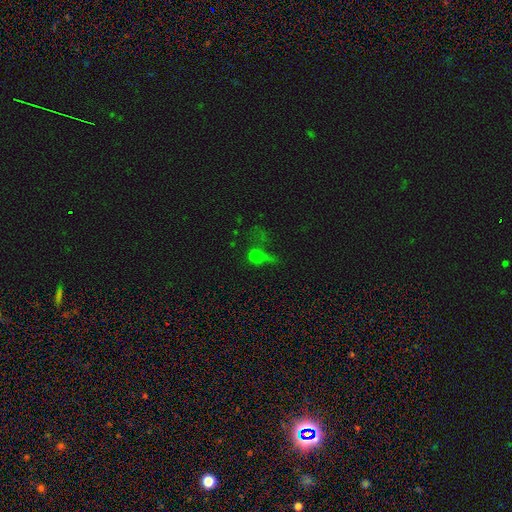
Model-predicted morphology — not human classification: Q: Smooth or featured?
A: smooth (53%); runner-up: star or artifact (30%)
Q: How rounded?
A: round (74%); runner-up: in between (22%)
Q: Merging?
A: major disturbance (37%); runner-up: none (35%)